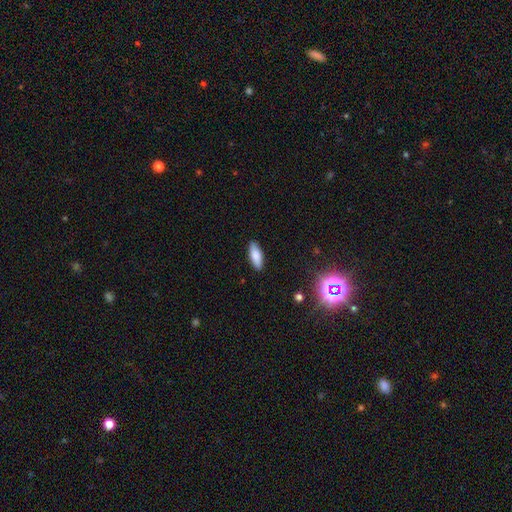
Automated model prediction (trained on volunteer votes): Overall: smooth (83%). How rounded: in between (72%). Merging: none (88%).